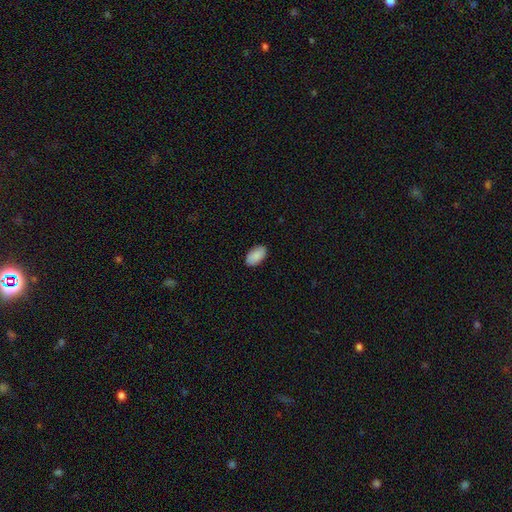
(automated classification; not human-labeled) A smooth galaxy with no disk features (90%) that is in between round and cigar-shaped (95%). Merging: none (88%).